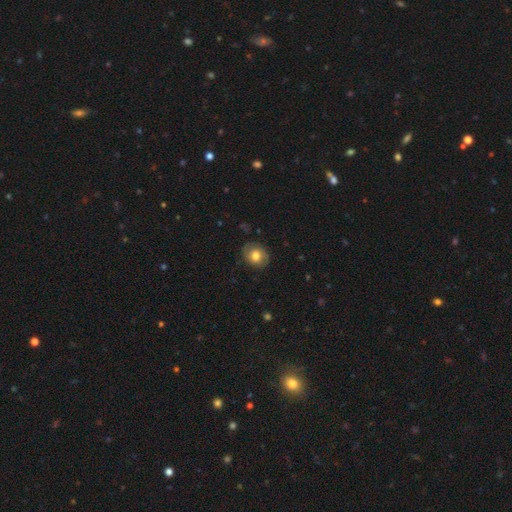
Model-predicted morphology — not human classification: This appears to be a smooth galaxy with no disk features (76%) that is round (59%). Merging: none (83%).